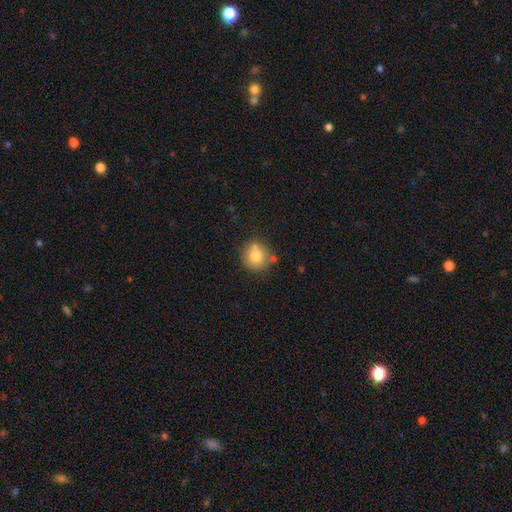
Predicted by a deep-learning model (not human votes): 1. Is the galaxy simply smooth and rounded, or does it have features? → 77% smooth, 13% featured or disk, 10% star or artifact.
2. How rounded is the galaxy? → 90% round, 9% in between, 1% cigar-shaped.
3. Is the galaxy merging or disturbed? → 68% none, 15% minor disturbance, 13% merger, 4% major disturbance.